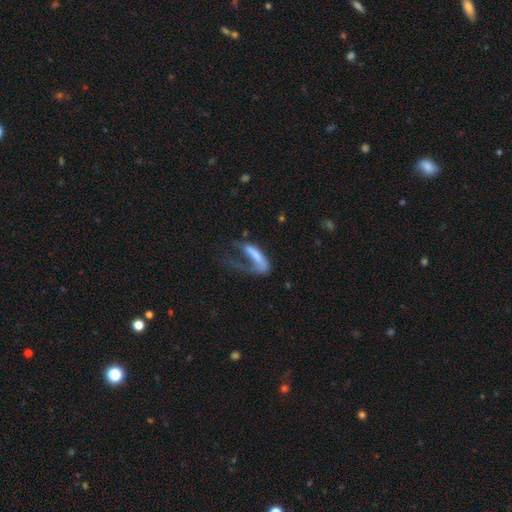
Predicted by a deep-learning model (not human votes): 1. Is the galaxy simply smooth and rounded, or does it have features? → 52% smooth, 39% featured or disk, 8% star or artifact.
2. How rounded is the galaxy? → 56% cigar-shaped, 41% in between, 3% round.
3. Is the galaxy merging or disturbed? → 61% major disturbance, 19% none, 14% minor disturbance, 6% merger.